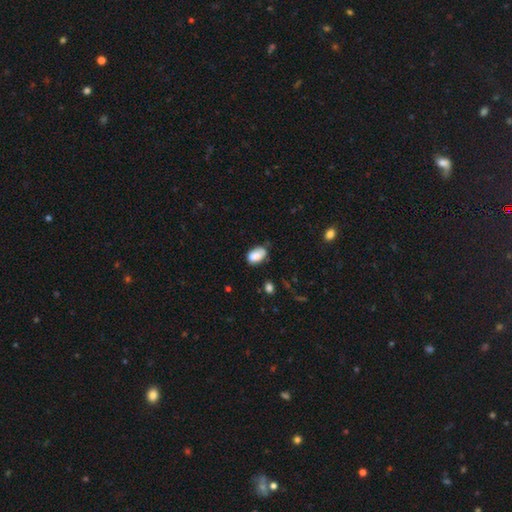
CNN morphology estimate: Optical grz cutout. It shows a smooth galaxy with no disk features (82%) that is in between round and cigar-shaped (88%). Merging: none (51%).